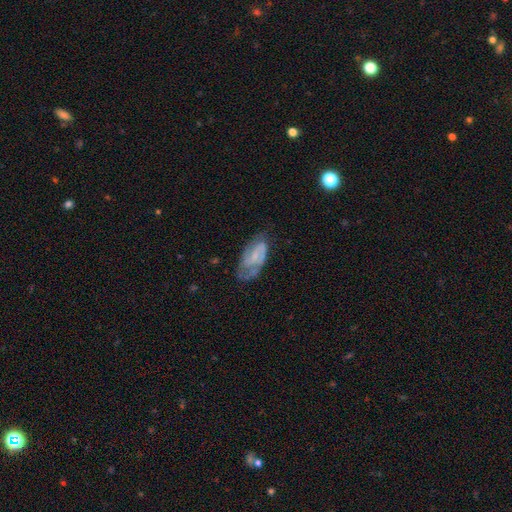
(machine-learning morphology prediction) type=featured or disk (74%); edge-on=no (96%); bar=weak (45%); spiral arms=yes (90%); winding=medium (46%); arm count=2 (72%); bulge=small (52%); merging=none (57%).